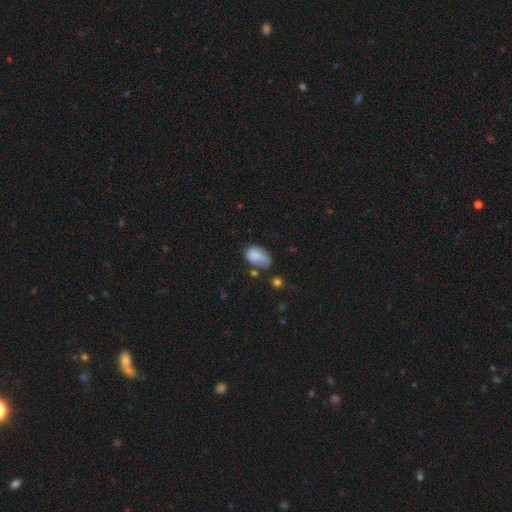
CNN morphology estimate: smooth_or_featured: smooth (p=0.79) [alt: featured or disk p=0.12]
how_rounded: in between (p=0.87) [alt: round p=0.12]
merging: none (p=0.39) [alt: minor disturbance p=0.35]